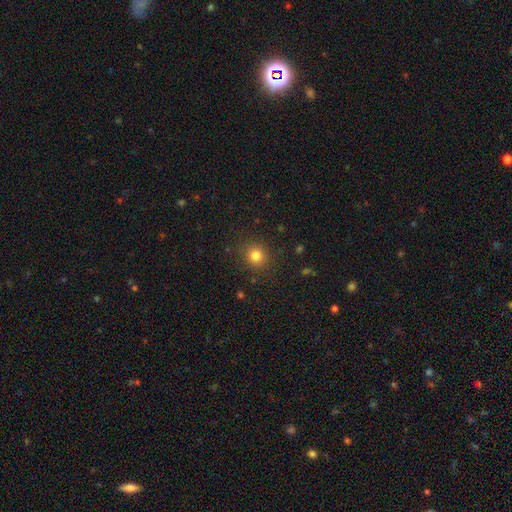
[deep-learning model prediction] Q: Smooth or featured?
A: smooth (81%); runner-up: star or artifact (13%)
Q: How rounded?
A: round (86%); runner-up: in between (13%)
Q: Merging?
A: none (87%); runner-up: minor disturbance (8%)